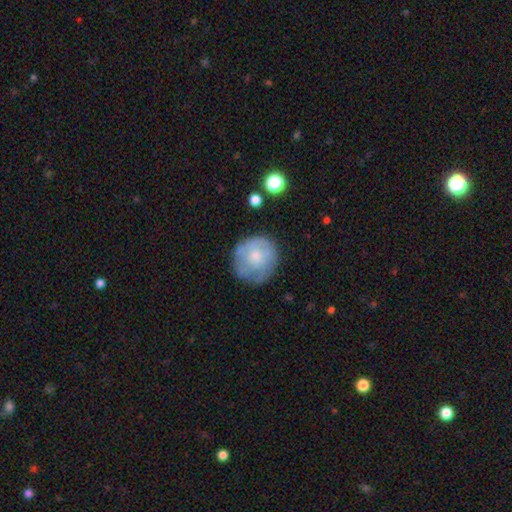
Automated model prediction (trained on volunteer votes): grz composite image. It shows a smooth galaxy with no disk features (56%) that is round (90%). Merging: none (67%).